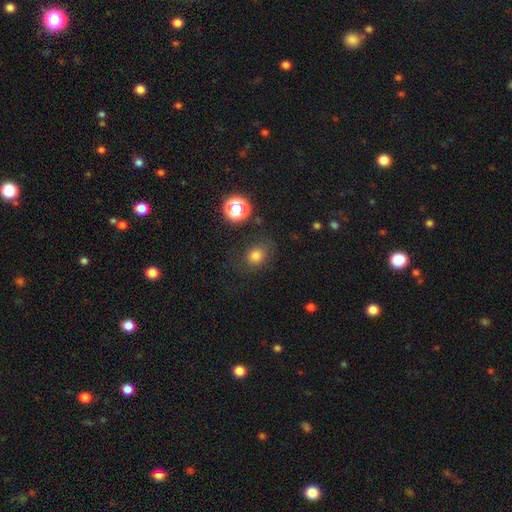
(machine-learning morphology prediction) The model was most divided on "how rounded": round: 63%, in between: 36%, cigar-shaped: 1%. More confident: smooth or featured — smooth (78%); merging — none (72%).